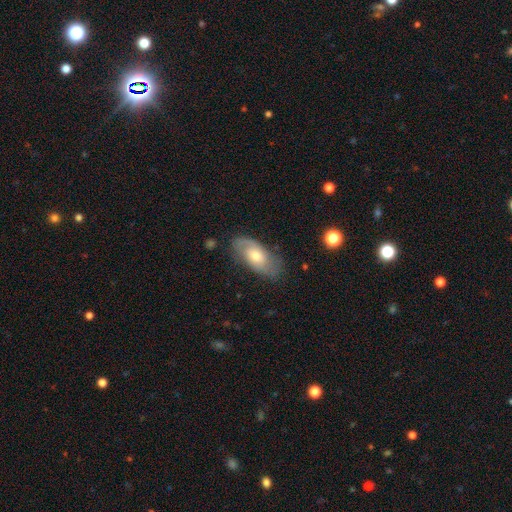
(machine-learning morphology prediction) A featured or disk galaxy (56%) with no bar (72%), spiral arms (78%) and a moderate central bulge (62%). Merging: none (74%).